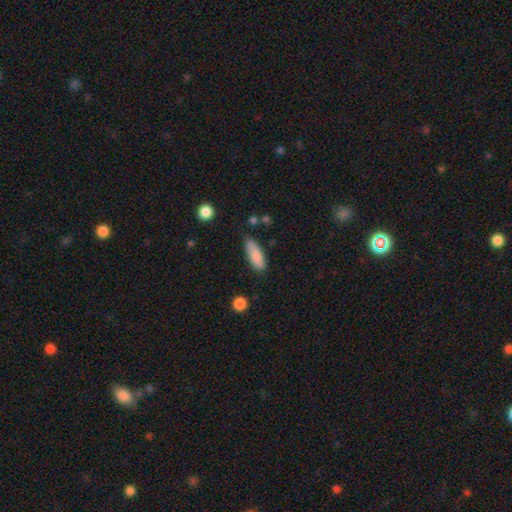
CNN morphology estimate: smooth_or_featured: smooth (p=0.84) [alt: featured or disk p=0.09]
how_rounded: in between (p=0.62) [alt: cigar-shaped p=0.36]
merging: none (p=0.74) [alt: minor disturbance p=0.19]